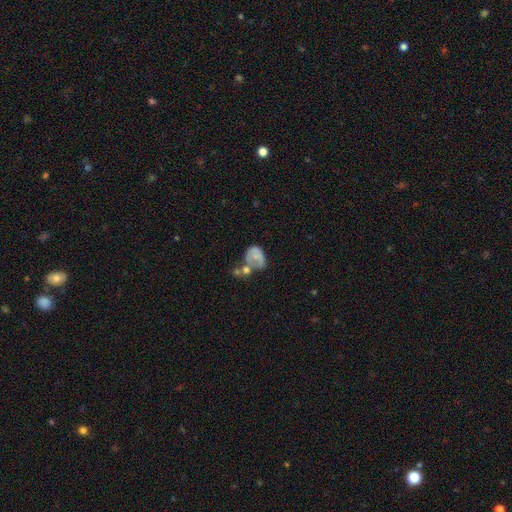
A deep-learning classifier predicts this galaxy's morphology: smooth_or_featured: smooth (p=0.57) [alt: featured or disk p=0.33]
how_rounded: in between (p=0.67) [alt: round p=0.32]
merging: merger (p=0.36) [alt: major disturbance p=0.25]